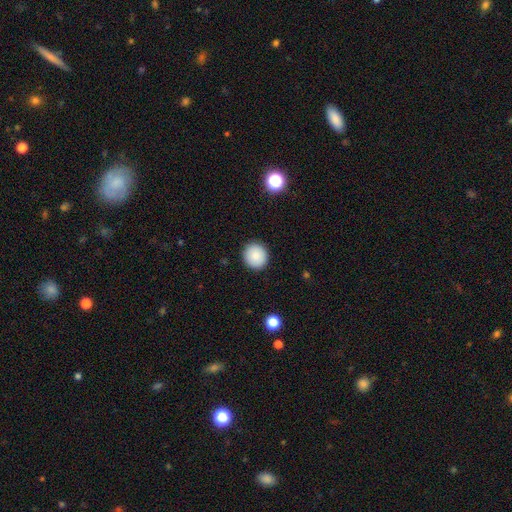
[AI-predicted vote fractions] A smooth galaxy with no disk features (87%) that is round (92%).

Vote fractions:
- Smooth or featured? smooth: 87% / star or artifact: 8% / featured or disk: 5%
- How rounded? round: 92% / in between: 7% / cigar-shaped: 1%
- Merging? none: 92% / minor disturbance: 5% / major disturbance: 2% / merger: 1%